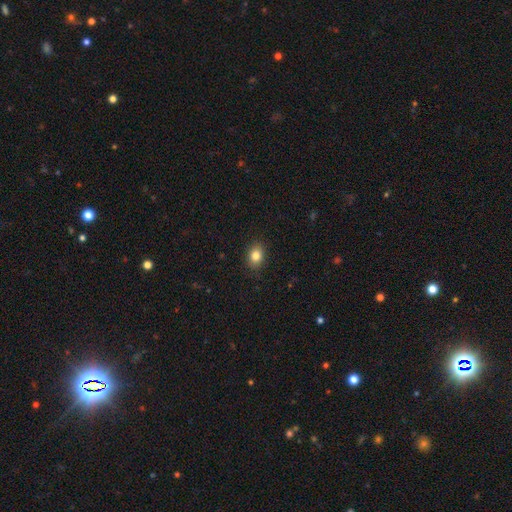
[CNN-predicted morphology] Smooth or featured? smooth (83%)
How rounded? in between (62%)
Merging? none (88%)